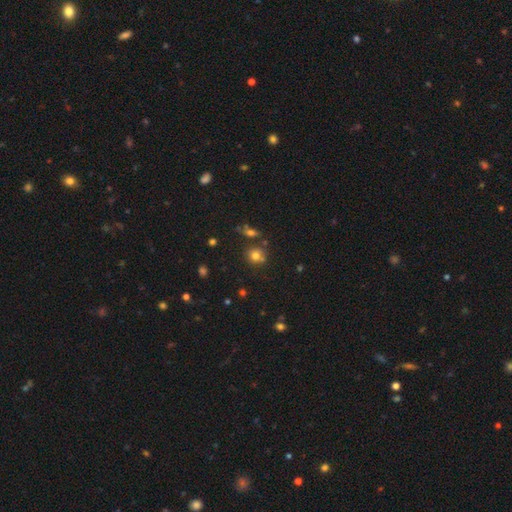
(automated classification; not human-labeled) A smooth galaxy with no disk features (74%) that is round (79%).

Vote fractions:
- Smooth or featured? smooth: 74% / star or artifact: 16% / featured or disk: 10%
- How rounded? round: 79% / in between: 20% / cigar-shaped: 1%
- Merging? none: 65% / merger: 17% / minor disturbance: 14% / major disturbance: 5%